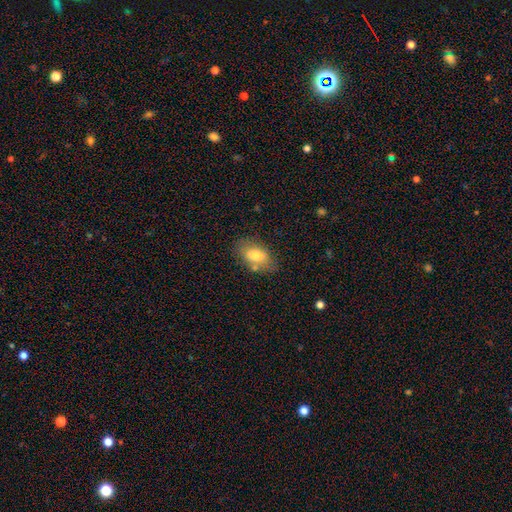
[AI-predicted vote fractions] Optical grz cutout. It shows a smooth galaxy with no disk features (73%) that is in between round and cigar-shaped (91%). Merging: none (69%).